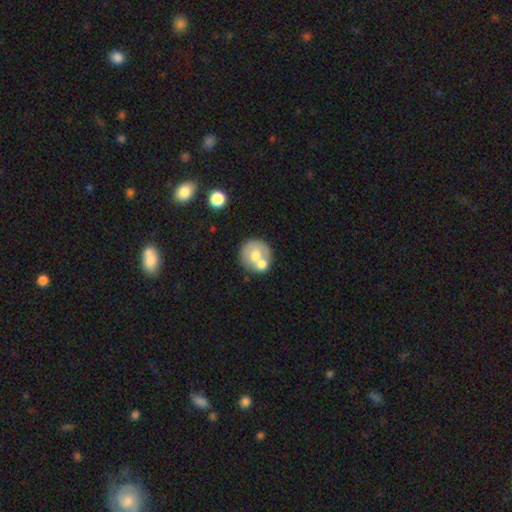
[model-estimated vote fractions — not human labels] This appears to be a smooth galaxy with no disk features (61%) that is round (86%). Merging: none (46%).